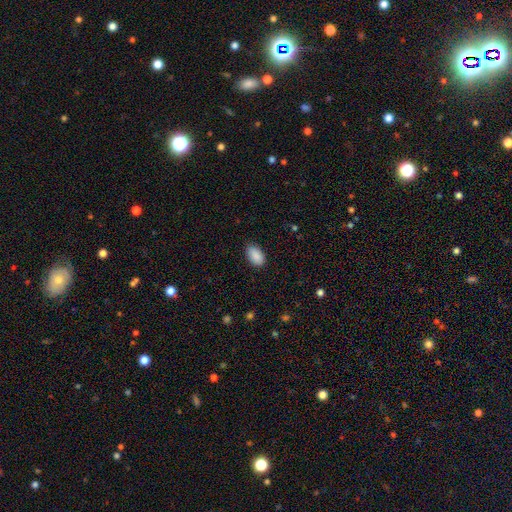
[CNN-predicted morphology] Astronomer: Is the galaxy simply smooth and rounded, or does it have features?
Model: smooth — 90%.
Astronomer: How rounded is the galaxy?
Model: in between — 94%.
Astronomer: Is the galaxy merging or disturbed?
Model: none — 85%.